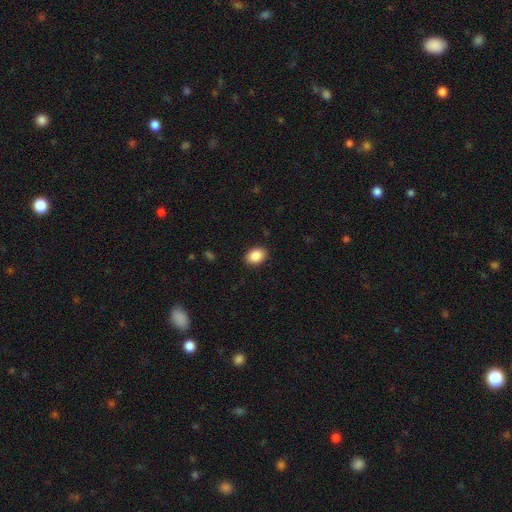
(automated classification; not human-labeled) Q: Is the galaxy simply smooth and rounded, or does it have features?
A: smooth — 88%.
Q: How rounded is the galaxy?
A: in between — 75%.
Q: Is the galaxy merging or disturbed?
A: none — 89%.